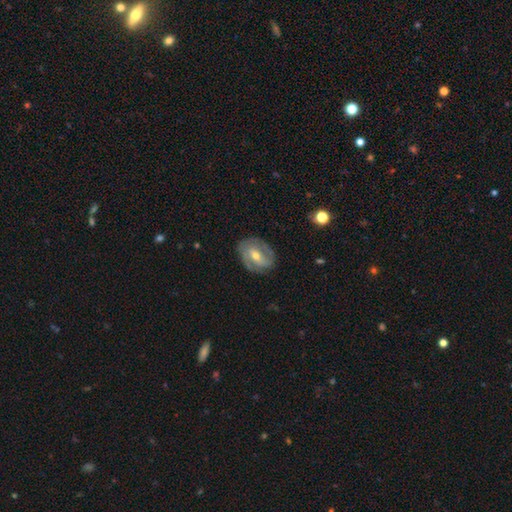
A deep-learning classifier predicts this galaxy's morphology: Smooth or featured? featured or disk (72%)
Edge-on disk? no (95%)
Bar? weak (44%)
Spiral arms? yes (80%)
Spiral winding? tight (44%)
Spiral arm count? 2 (71%)
Bulge size? moderate (58%)
Merging? none (78%)